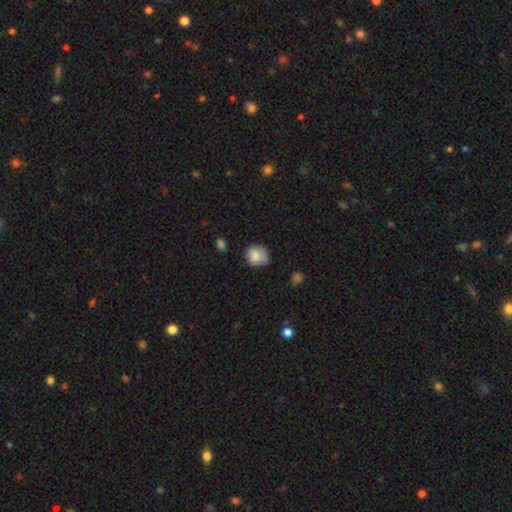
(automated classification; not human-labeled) Overall: smooth (78%). How rounded: round (78%). Merging: none (59%; minor disturbance 31%).